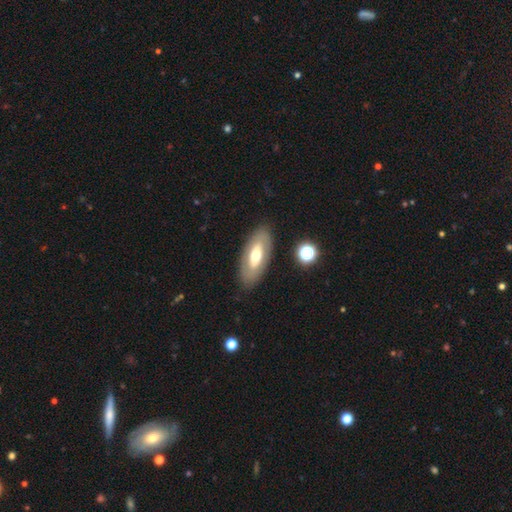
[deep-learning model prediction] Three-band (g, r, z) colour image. It shows a featured or disk galaxy (48%). Merging: none (85%).